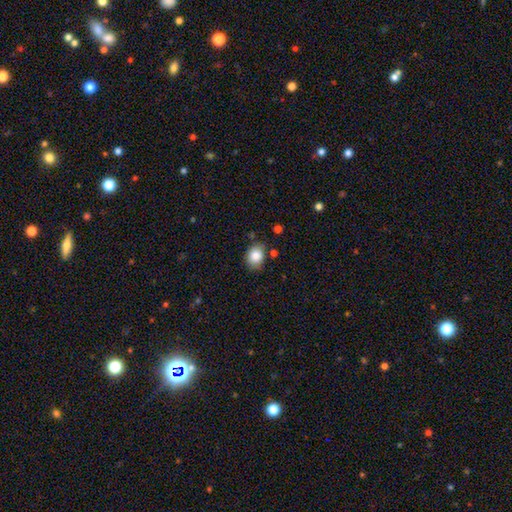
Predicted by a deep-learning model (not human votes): Smooth or featured?
  - smooth: 85% *
  - star or artifact: 9%
  - featured or disk: 6%
How rounded?
  - round: 55% *
  - in between: 45%
  - cigar-shaped: 1%
Merging?
  - none: 75% *
  - minor disturbance: 18%
  - merger: 4%
  - major disturbance: 4%